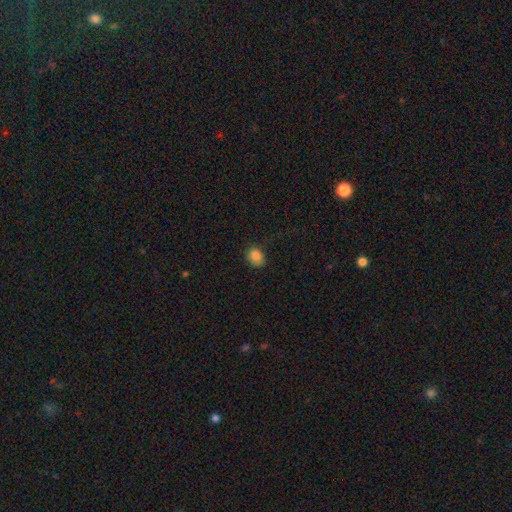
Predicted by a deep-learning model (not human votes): Q: Smooth or featured?
A: smooth (84%); runner-up: star or artifact (11%)
Q: How rounded?
A: in between (53%); runner-up: round (46%)
Q: Merging?
A: none (79%); runner-up: minor disturbance (17%)